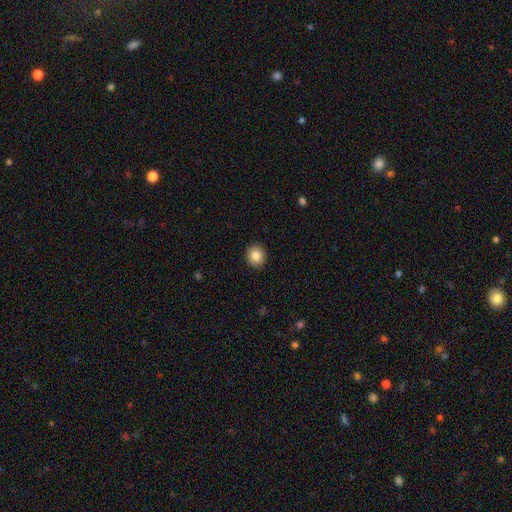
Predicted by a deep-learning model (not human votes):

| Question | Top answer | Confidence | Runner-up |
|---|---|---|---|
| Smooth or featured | smooth | 84% | star or artifact (9%) |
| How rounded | round | 85% | in between (14%) |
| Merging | none | 92% | minor disturbance (5%) |